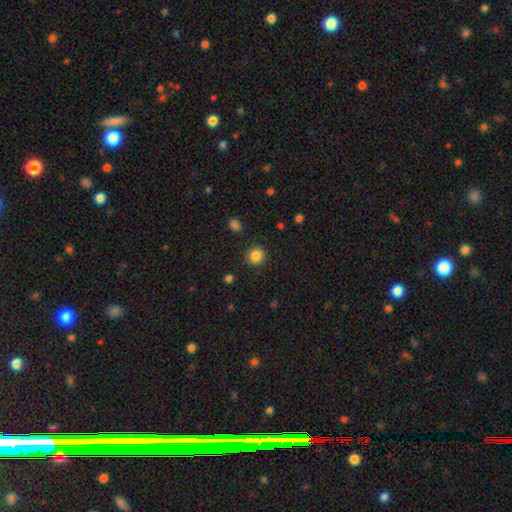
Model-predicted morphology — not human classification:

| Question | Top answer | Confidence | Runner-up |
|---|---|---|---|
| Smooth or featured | smooth | 85% | star or artifact (11%) |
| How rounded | round | 91% | in between (8%) |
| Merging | none | 90% | minor disturbance (7%) |